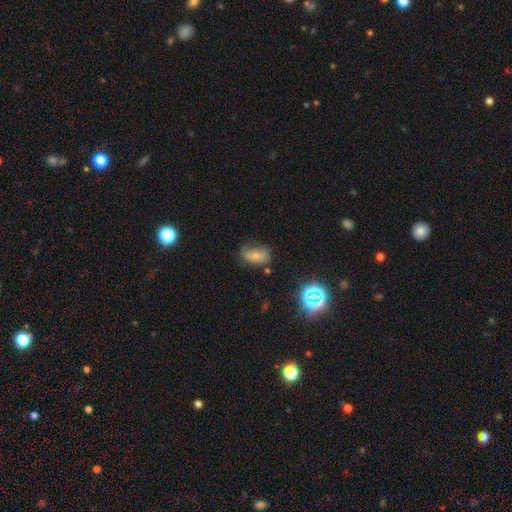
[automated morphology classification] Q: Smooth or featured?
A: smooth (65%); runner-up: featured or disk (20%)
Q: How rounded?
A: in between (85%); runner-up: round (13%)
Q: Merging?
A: none (47%); runner-up: minor disturbance (34%)